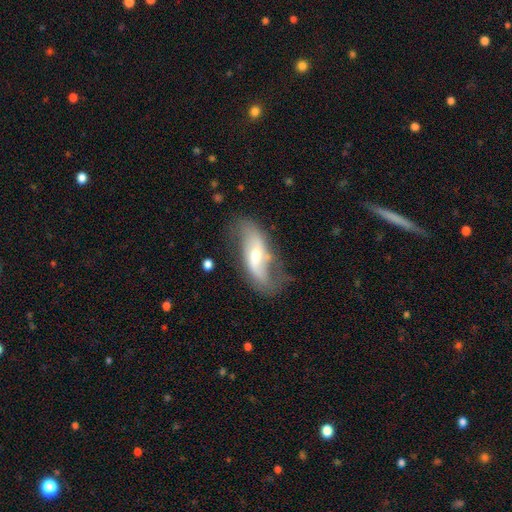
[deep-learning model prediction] Morphology: type=featured or disk (73%); edge-on=no (89%); bar=weak (41%); spiral arms=yes (84%); winding=loose (78%); arm count=2 (84%); bulge=moderate (58%); merging=none (57%).